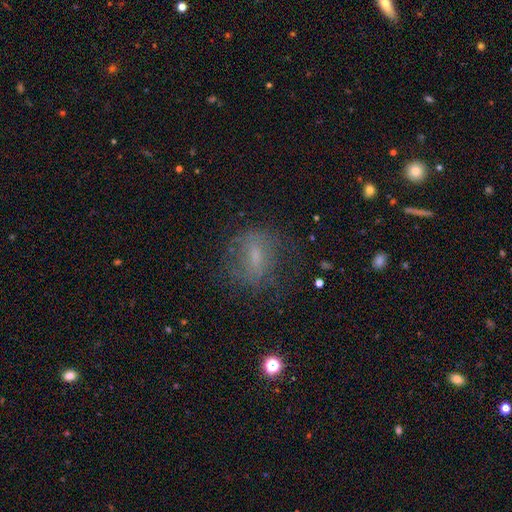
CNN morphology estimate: Q: Smooth or featured?
A: smooth (51%); runner-up: featured or disk (32%)
Q: How rounded?
A: in between (55%); runner-up: round (38%)
Q: Merging?
A: none (62%); runner-up: minor disturbance (20%)